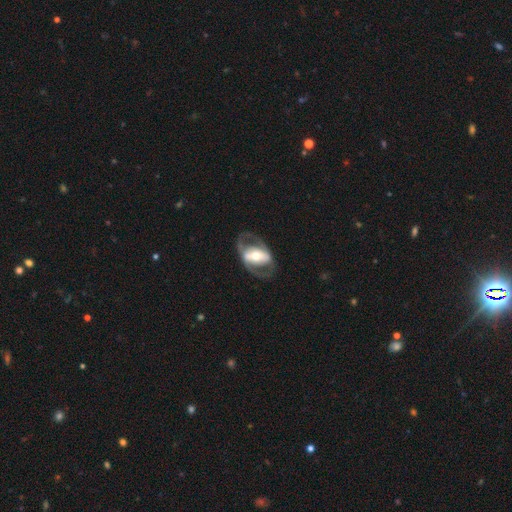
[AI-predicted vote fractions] Smooth or featured? Predicted: featured or disk (p=0.75). Edge-on disk? Predicted: no (p=0.92). Bar? Predicted: strong (p=0.49). Spiral arms? Predicted: no (p=0.53). Bulge size? Predicted: moderate (p=0.62). Merging? Predicted: none (p=0.68).